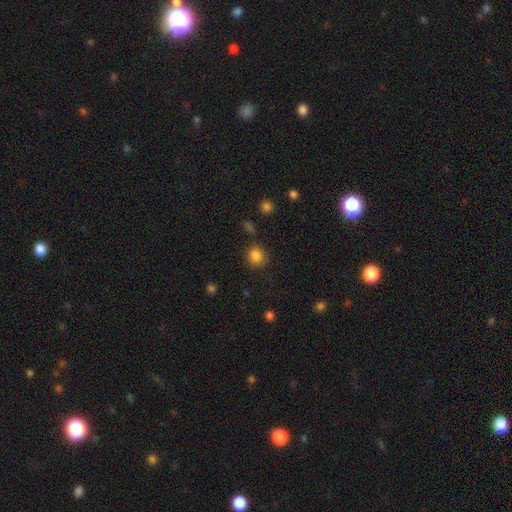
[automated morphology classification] This is clearly a smooth galaxy (84%). How rounded: clearly round (85%). Merging: clearly none (81%).